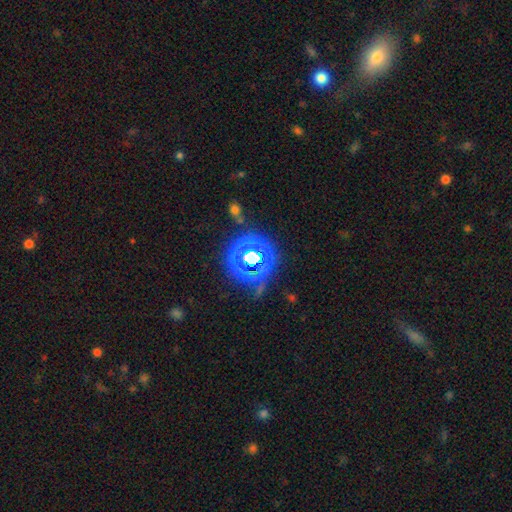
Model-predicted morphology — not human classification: star or artifact 73%, smooth 16%, featured or disk 11%.